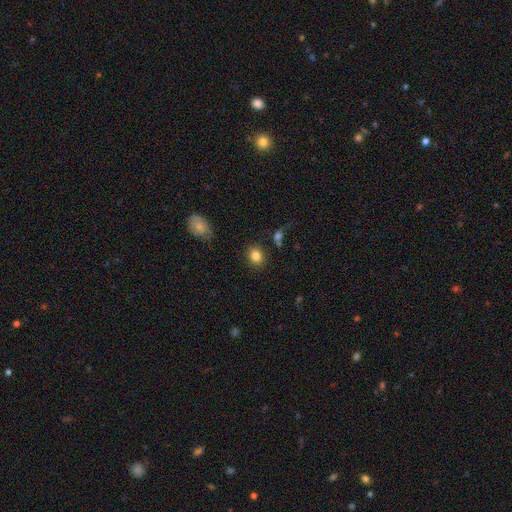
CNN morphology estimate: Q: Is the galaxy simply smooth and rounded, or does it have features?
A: smooth — 83%.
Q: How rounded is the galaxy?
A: round — 58%.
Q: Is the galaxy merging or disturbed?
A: none — 84%.